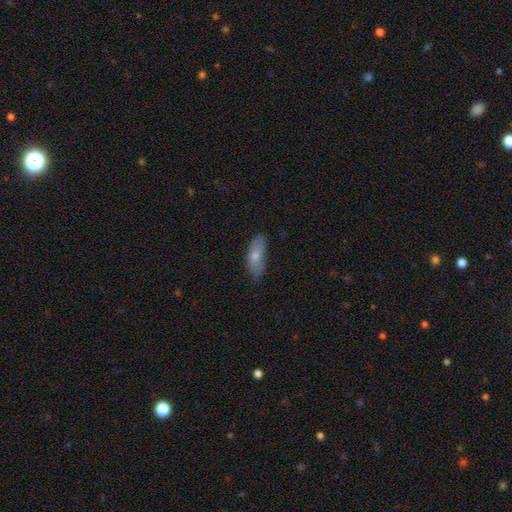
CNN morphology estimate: A smooth galaxy with no disk features (73%) that is in between round and cigar-shaped (79%). Merging: none (68%).